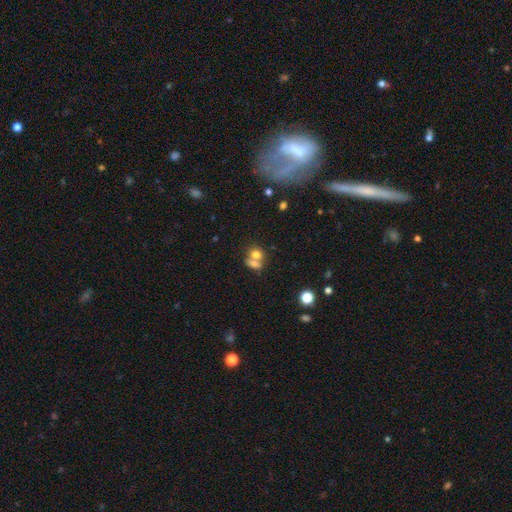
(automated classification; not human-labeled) smooth 73%, featured or disk 15%, star or artifact 12%. Down the decision tree: how rounded — round (49%); merging — merger (60%).